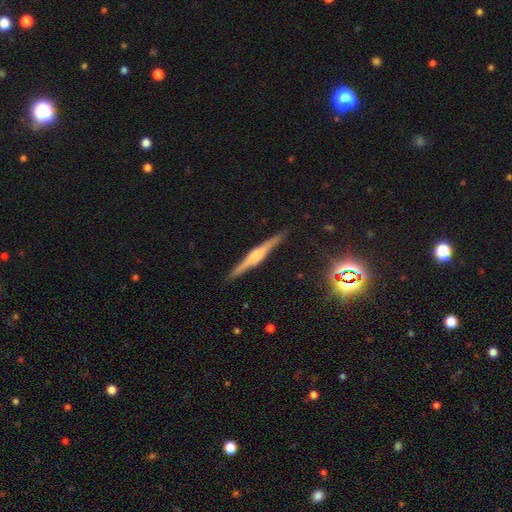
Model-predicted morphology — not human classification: A featured or disk galaxy (74%) viewed edge-on (98%) with a rounded central bulge (59%).

Vote fractions:
- Smooth or featured? featured or disk: 74% / smooth: 19% / star or artifact: 8%
- Edge-on disk? yes: 98% / no: 2%
- Edge-on bulge? rounded: 59% / boxy: 32% / none: 9%
- Merging? none: 90% / minor disturbance: 7% / major disturbance: 2% / merger: 1%